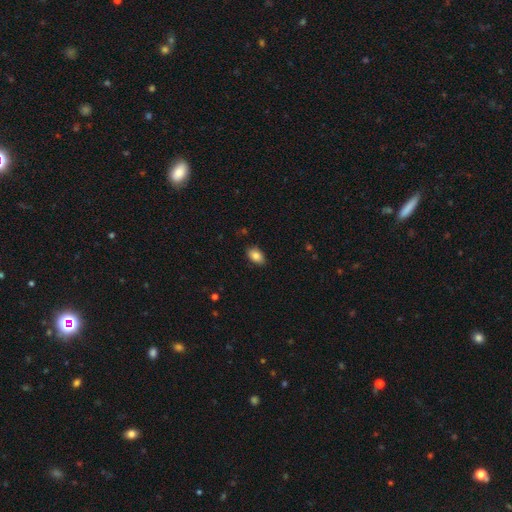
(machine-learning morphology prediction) Smooth or featured? Predicted: smooth (p=0.85). How rounded? Predicted: in between (p=0.89). Merging? Predicted: none (p=0.85).